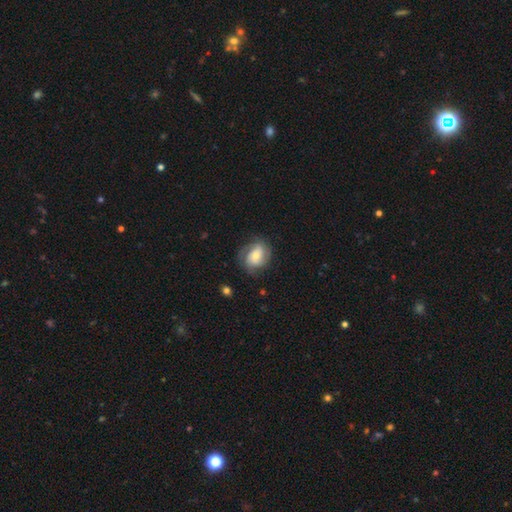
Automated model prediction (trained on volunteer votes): A featured or disk galaxy (50%).

Vote fractions:
- Smooth or featured? featured or disk: 50% / smooth: 43% / star or artifact: 7%
- Merging? none: 66% / minor disturbance: 22% / major disturbance: 11% / merger: 1%